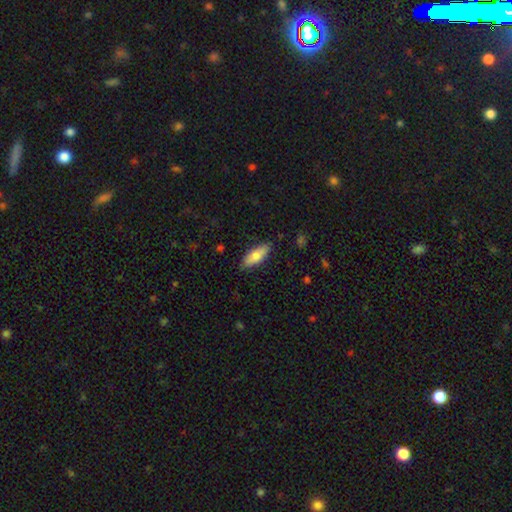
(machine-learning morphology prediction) This is likely a smooth galaxy (77%). How rounded: likely in between (69%). Merging: clearly none (84%).